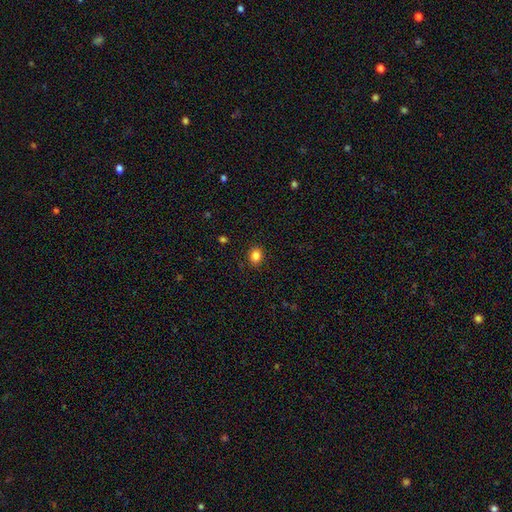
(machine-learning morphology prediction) The model was most divided on "how rounded": round: 54%, in between: 45%, cigar-shaped: 1%. More confident: merging — none (89%); smooth or featured — smooth (84%).